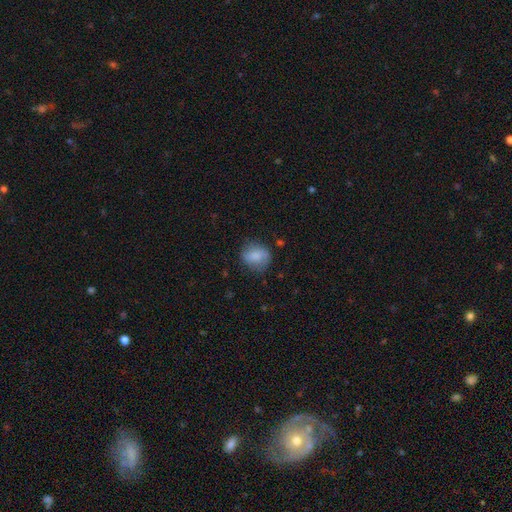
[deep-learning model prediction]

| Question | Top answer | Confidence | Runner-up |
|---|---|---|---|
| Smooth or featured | smooth | 77% | featured or disk (16%) |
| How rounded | round | 69% | in between (29%) |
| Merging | none | 73% | minor disturbance (20%) |